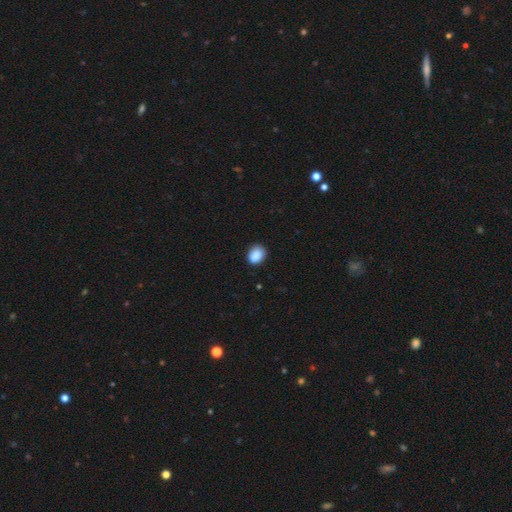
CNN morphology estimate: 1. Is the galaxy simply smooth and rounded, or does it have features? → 88% smooth, 8% star or artifact, 4% featured or disk.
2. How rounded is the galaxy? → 56% in between, 43% round, 1% cigar-shaped.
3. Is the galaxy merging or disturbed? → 81% none, 15% minor disturbance, 3% major disturbance, 1% merger.